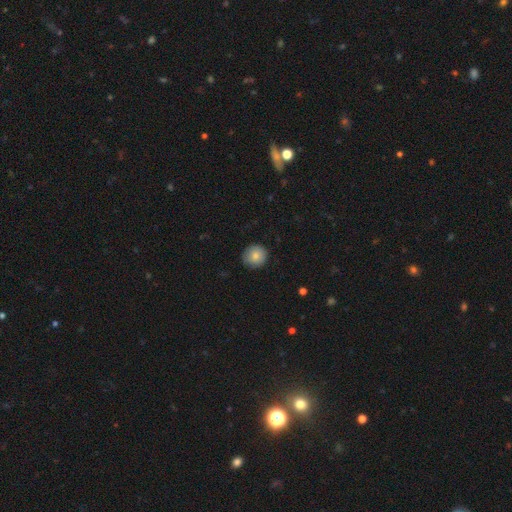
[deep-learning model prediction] Morphology: type=smooth (82%); roundness=round (93%); merging=none (86%).